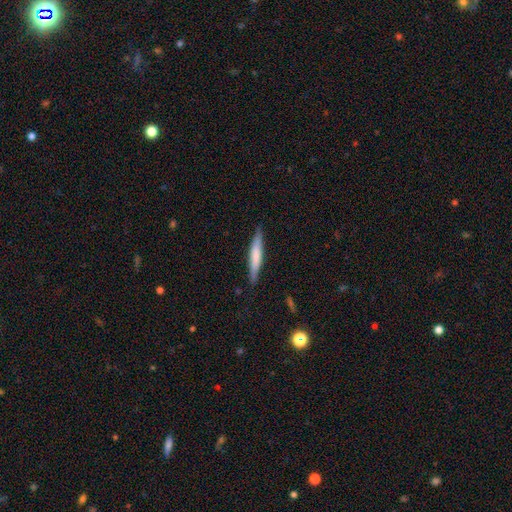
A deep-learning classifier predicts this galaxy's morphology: Q: Smooth or featured?
A: smooth (61%); runner-up: featured or disk (33%)
Q: How rounded?
A: cigar-shaped (92%); runner-up: in between (7%)
Q: Merging?
A: none (87%); runner-up: minor disturbance (10%)